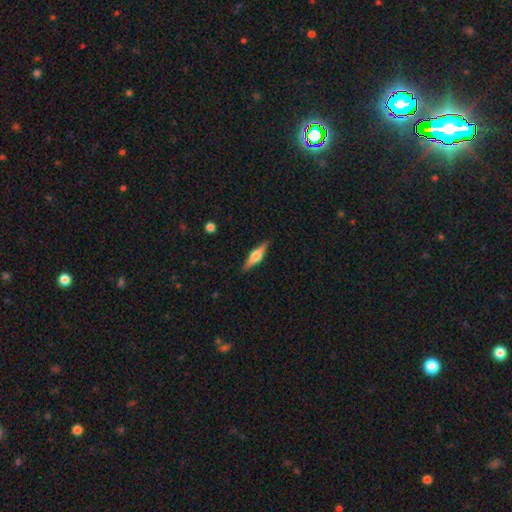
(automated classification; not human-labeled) smooth-or-featured: featured or disk: 59% | smooth: 35% | star or artifact: 6%
  disk-edge-on: yes: 96% | no: 4%
    edge-on-bulge: rounded: 87% | boxy: 10% | none: 3%
  merging: none: 89% | minor disturbance: 8% | major disturbance: 2% | merger: 1%